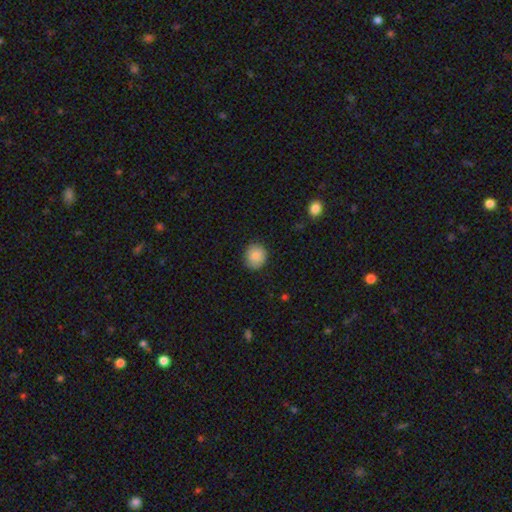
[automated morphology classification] Overall: smooth (86%). How rounded: round (81%). Merging: none (85%).